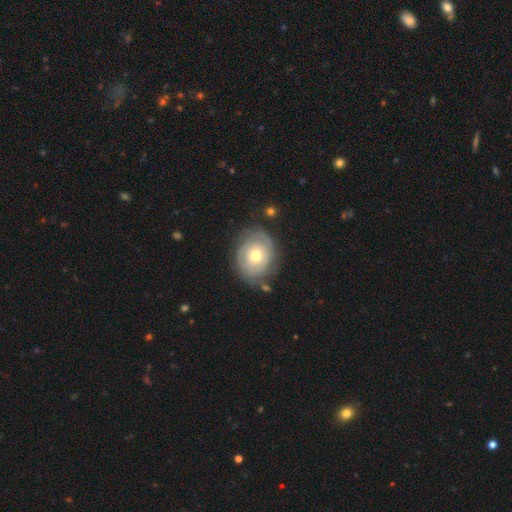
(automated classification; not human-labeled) This is likely a featured or disk galaxy (69%). It is clearly not viewed edge-on (97%). Bar: likely no (79%). Spiral arm pattern: clearly yes (83%). Spiral arm count: marginally can't tell (39%). Spiral winding: likely tight (75%). Central bulge: likely moderate (65%). Merging: likely none (76%).